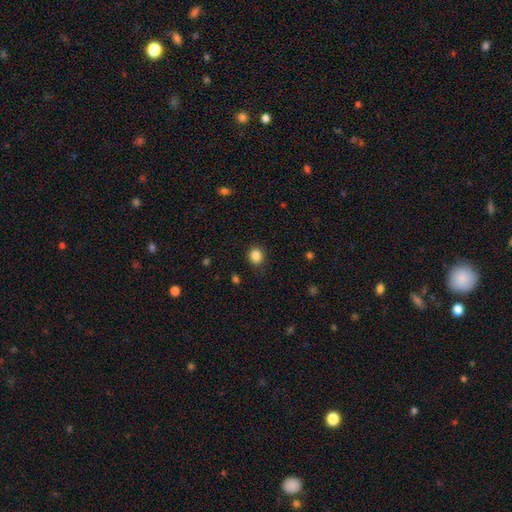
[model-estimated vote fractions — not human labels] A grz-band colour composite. It shows a smooth galaxy with no disk features (85%) that is round (85%). Merging: none (89%).